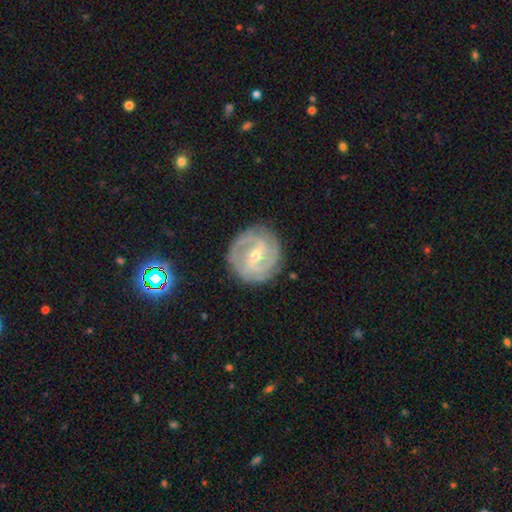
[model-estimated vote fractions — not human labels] Overall: featured or disk (88%). Edge-on disk: no (97%). Bar: weak (47%; strong 34%). Spiral arms: yes (97%). Spiral arm count: 2 (40%; 3 28%). Spiral winding: tight (57%; medium 36%). Bulge size: small (59%; moderate 38%). Merging: none (83%).